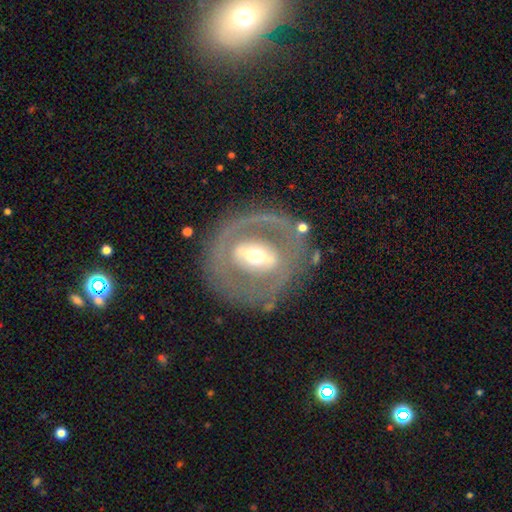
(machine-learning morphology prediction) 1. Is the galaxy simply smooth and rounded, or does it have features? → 73% featured or disk, 21% smooth, 6% star or artifact.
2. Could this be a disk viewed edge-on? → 90% no, 10% yes.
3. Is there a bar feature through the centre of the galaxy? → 52% strong, 29% weak, 19% no.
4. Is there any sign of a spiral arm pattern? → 70% no, 30% yes.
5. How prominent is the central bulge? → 65% moderate, 22% small, 11% large, 1% dominant, 1% none.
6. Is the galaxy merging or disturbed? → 73% none, 14% minor disturbance, 10% major disturbance, 3% merger.